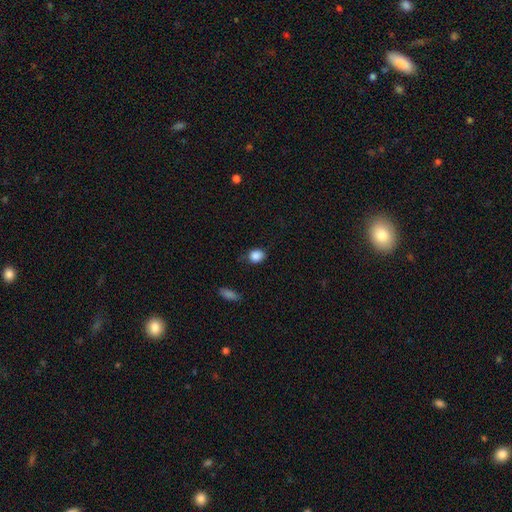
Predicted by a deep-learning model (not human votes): smooth_or_featured: smooth (p=0.87) [alt: star or artifact p=0.09]
how_rounded: round (p=0.61) [alt: in between p=0.38]
merging: none (p=0.70) [alt: minor disturbance p=0.23]